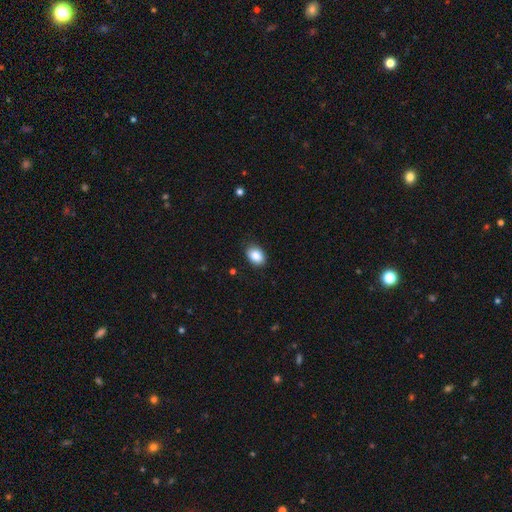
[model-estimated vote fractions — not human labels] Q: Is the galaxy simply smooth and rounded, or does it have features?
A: smooth — 87%.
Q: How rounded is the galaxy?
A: in between — 81%.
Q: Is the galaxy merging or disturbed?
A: none — 86%.